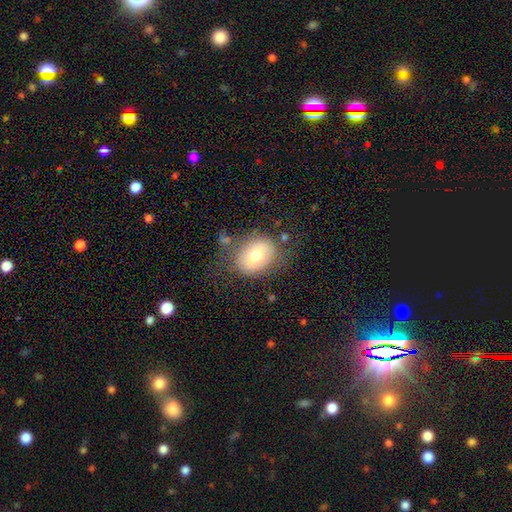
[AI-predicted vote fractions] Overall: smooth (67%). How rounded: in between (55%; round 44%). Merging: none (68%).